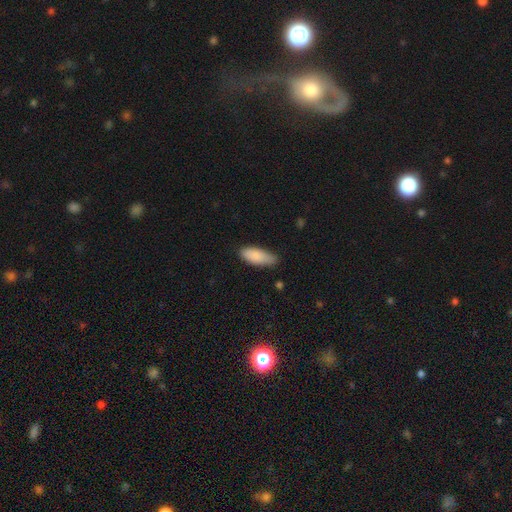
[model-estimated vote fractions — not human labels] smooth-or-featured: smooth: 87% | featured or disk: 7% | star or artifact: 6%
  how-rounded: in between: 75% | cigar-shaped: 23% | round: 2%
  merging: none: 67% | minor disturbance: 27% | major disturbance: 4% | merger: 2%